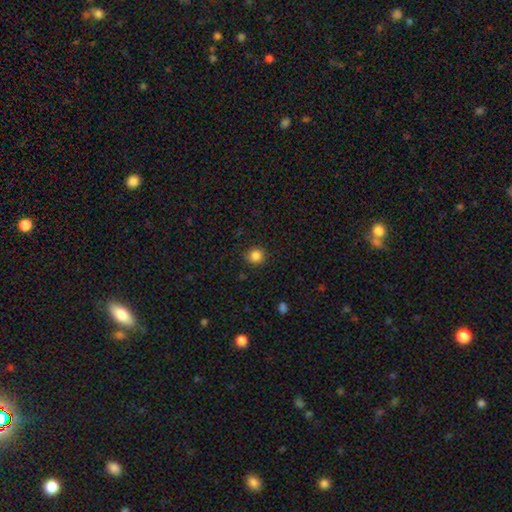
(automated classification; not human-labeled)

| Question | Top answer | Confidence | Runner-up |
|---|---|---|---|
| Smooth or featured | smooth | 85% | star or artifact (11%) |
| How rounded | round | 91% | in between (8%) |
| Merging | none | 89% | minor disturbance (8%) |